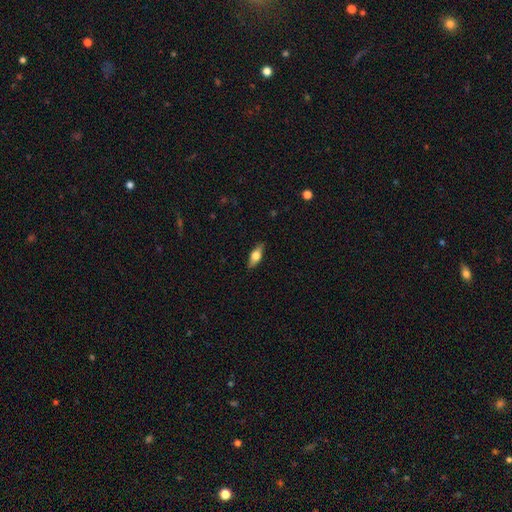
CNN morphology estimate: smooth 57%, featured or disk 37%, star or artifact 6%. Down the decision tree: how rounded — in between (69%); merging — none (88%).